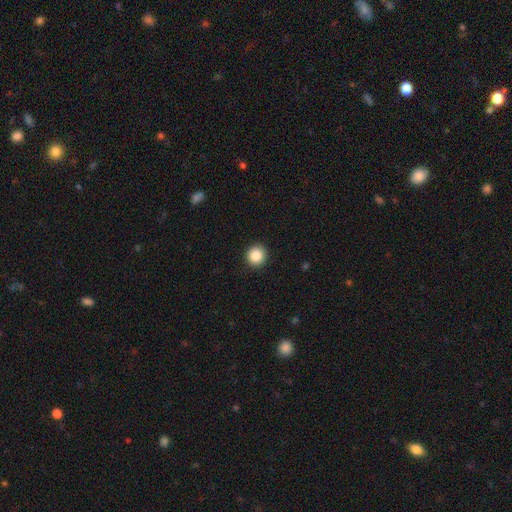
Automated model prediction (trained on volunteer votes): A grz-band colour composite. It shows a smooth galaxy with no disk features (86%) that is round (94%). Merging: none (92%).